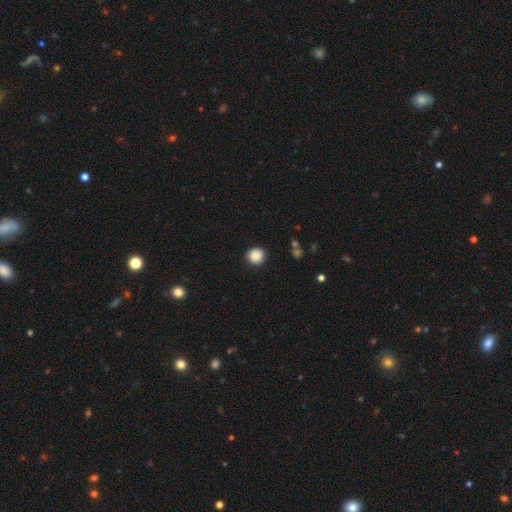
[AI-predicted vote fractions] Overall: smooth (88%). How rounded: round (92%). Merging: none (89%).